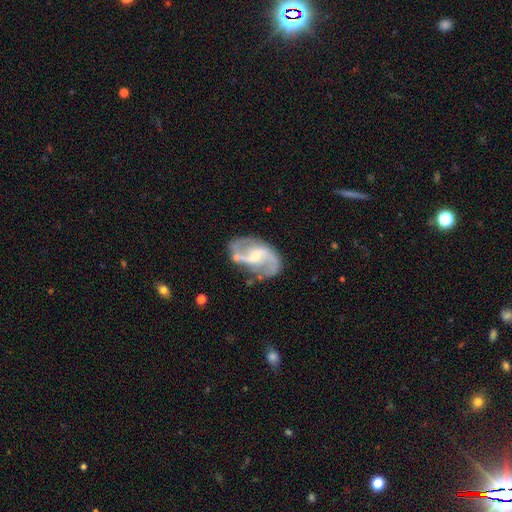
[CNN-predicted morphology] smooth-or-featured: featured or disk: 90% | smooth: 6% | star or artifact: 5%
  disk-edge-on: no: 98% | yes: 2%
    bar: weak: 47% | no: 30% | strong: 23%
    has-spiral-arms: yes: 96% | no: 4%
      spiral-winding: loose: 51% | medium: 41% | tight: 9%
      spiral-arm-count: 2: 92% | can't tell: 3% | 1: 2% | 3: 1% | 4: 1% | more than 4: 1%
    bulge-size: small: 61% | moderate: 33% | none: 3% | large: 1% | dominant: 1%
  merging: none: 70% | minor disturbance: 18% | major disturbance: 8% | merger: 4%